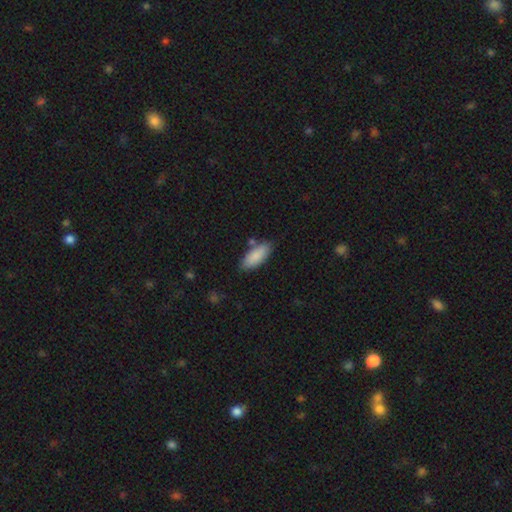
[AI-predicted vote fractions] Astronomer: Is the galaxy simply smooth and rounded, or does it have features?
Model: smooth — 88%.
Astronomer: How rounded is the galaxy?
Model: in between — 77%.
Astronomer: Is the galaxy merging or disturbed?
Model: none — 78%.